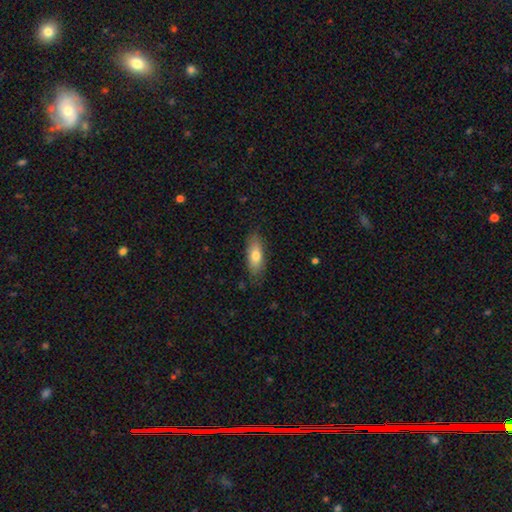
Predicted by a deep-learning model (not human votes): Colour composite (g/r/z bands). It shows a smooth galaxy with no disk features (74%) that is in between round and cigar-shaped (71%). Merging: none (81%).